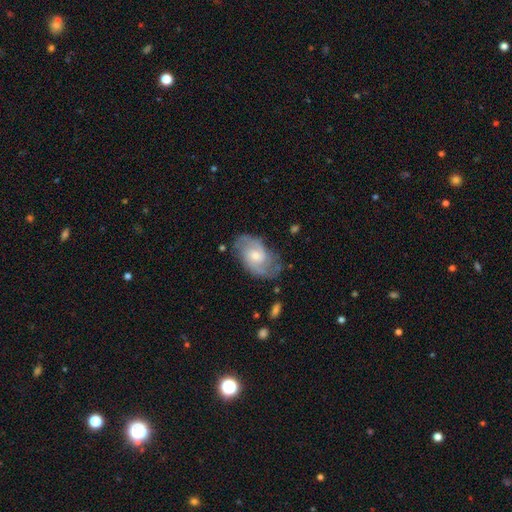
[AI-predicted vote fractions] Smooth or featured: featured or disk — 75% (smooth — 19%)
Edge-on disk: no — 96% (yes — 4%)
Bar: no — 58% (weak — 37%)
Spiral arms: yes — 92% (no — 8%)
Spiral winding: medium — 49% (tight — 27%)
Spiral arm count: 2 — 77% (can't tell — 12%)
Bulge size: small — 46% (moderate — 45%)
Merging: none — 68% (minor disturbance — 21%)